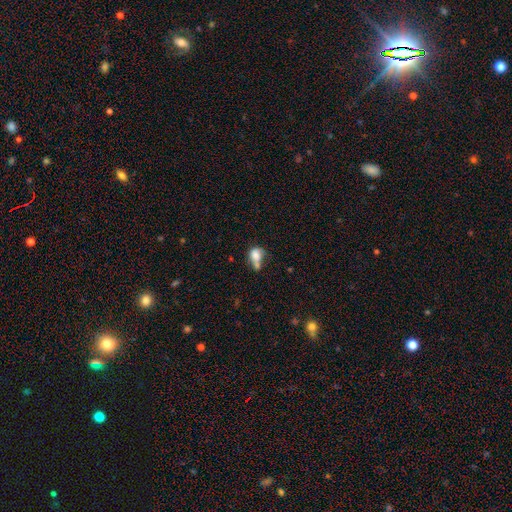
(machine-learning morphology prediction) type=smooth (76%); roundness=in between (61%); merging=merger (44%).